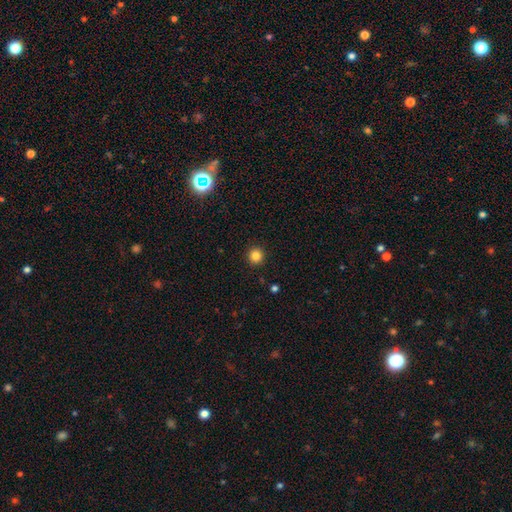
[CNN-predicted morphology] smooth_or_featured: smooth (p=0.84) [alt: star or artifact p=0.12]
how_rounded: round (p=0.95) [alt: in between p=0.04]
merging: none (p=0.93) [alt: minor disturbance p=0.05]